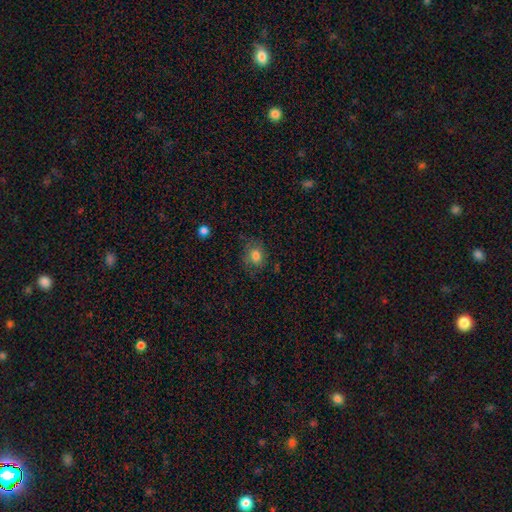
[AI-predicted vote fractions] smooth-or-featured: smooth: 78% | featured or disk: 11% | star or artifact: 11%
  how-rounded: round: 58% | in between: 41% | cigar-shaped: 1%
  merging: none: 73% | minor disturbance: 19% | major disturbance: 6% | merger: 2%